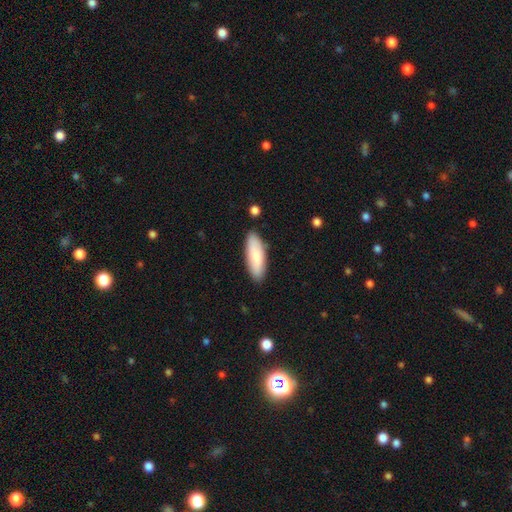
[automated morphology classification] A smooth galaxy with no disk features (80%) that is in between round and cigar-shaped (60%).

Vote fractions:
- Smooth or featured? smooth: 80% / featured or disk: 14% / star or artifact: 5%
- How rounded? in between: 60% / cigar-shaped: 39% / round: 2%
- Merging? none: 85% / minor disturbance: 10% / merger: 2% / major disturbance: 2%